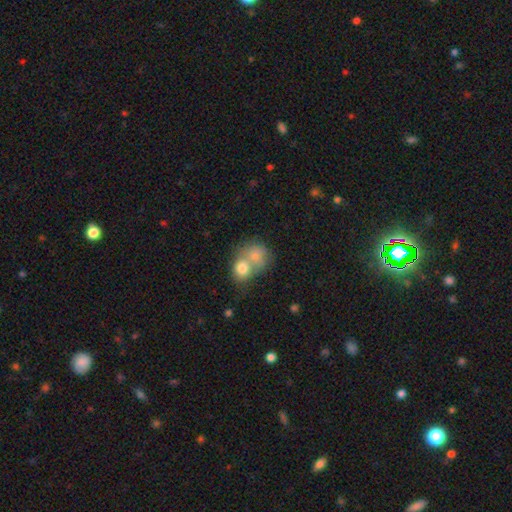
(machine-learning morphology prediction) type=smooth (76%); roundness=round (64%); merging=merger (68%).